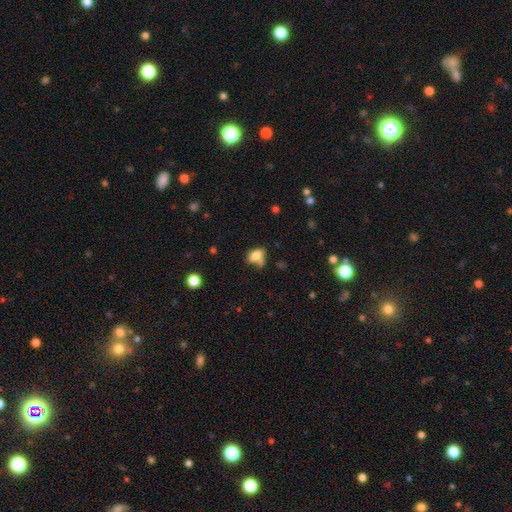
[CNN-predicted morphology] Q: Smooth or featured?
A: smooth (71%); runner-up: featured or disk (18%)
Q: How rounded?
A: in between (80%); runner-up: round (16%)
Q: Merging?
A: none (37%); runner-up: minor disturbance (24%)